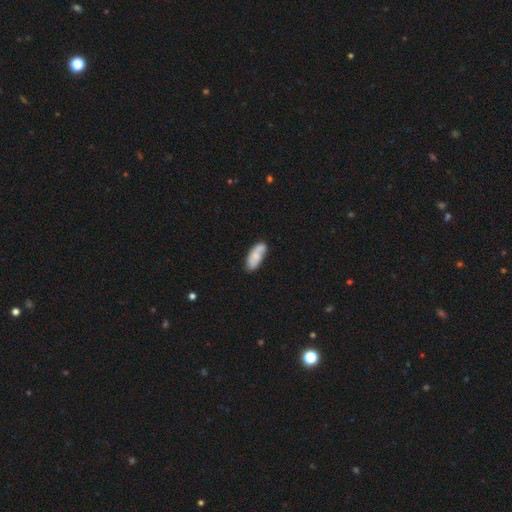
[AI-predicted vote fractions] This is likely a smooth galaxy (64%). How rounded: clearly in between (83%). Merging: likely none (63%).